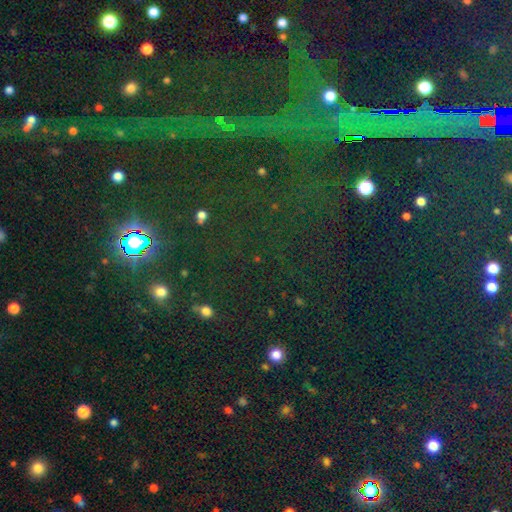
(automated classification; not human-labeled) Smooth or featured? star or artifact (82%)